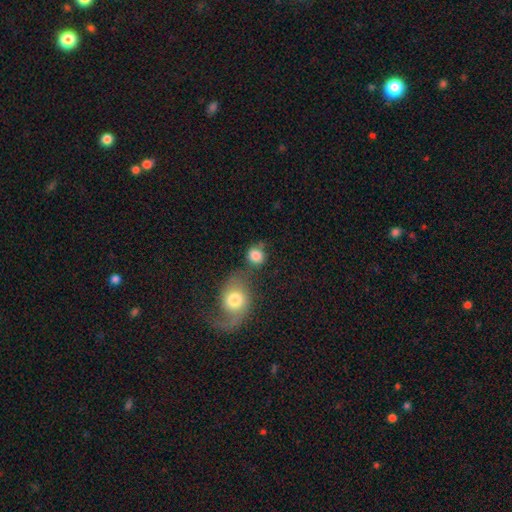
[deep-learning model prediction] smooth_or_featured: smooth (p=0.83) [alt: star or artifact p=0.09]
how_rounded: round (p=0.80) [alt: in between p=0.19]
merging: none (p=0.53) [alt: merger p=0.26]